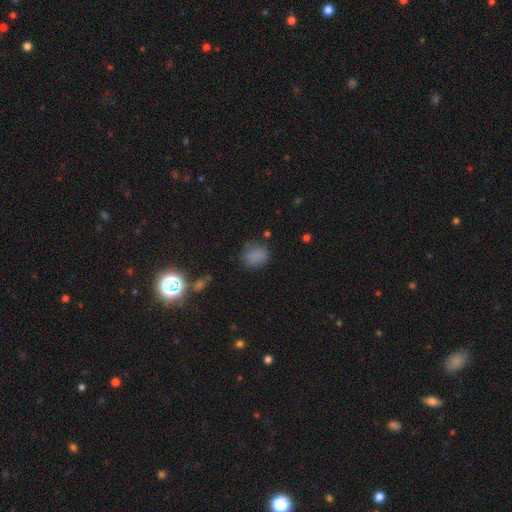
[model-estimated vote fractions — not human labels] Overall: smooth (81%). How rounded: round (59%; in between 39%). Merging: none (68%).